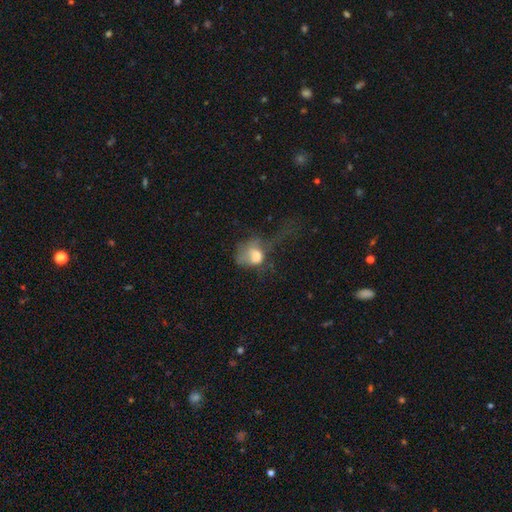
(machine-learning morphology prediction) smooth_or_featured: smooth (p=0.62) [alt: featured or disk p=0.27]
how_rounded: in between (p=0.54) [alt: round p=0.45]
merging: major disturbance (p=0.63) [alt: minor disturbance p=0.17]